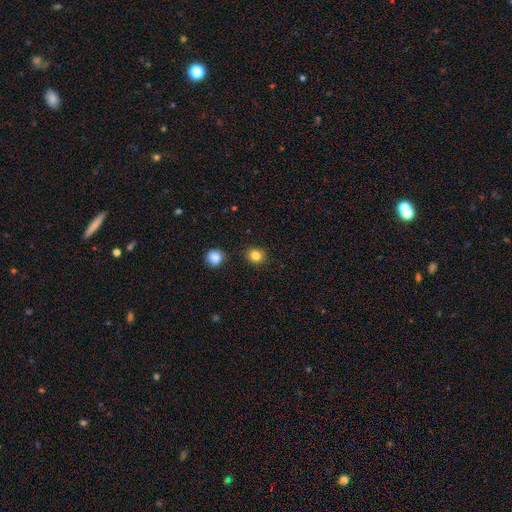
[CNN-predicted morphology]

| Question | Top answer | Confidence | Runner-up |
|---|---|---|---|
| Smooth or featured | smooth | 84% | star or artifact (11%) |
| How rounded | round | 83% | in between (16%) |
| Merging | none | 88% | minor disturbance (7%) |